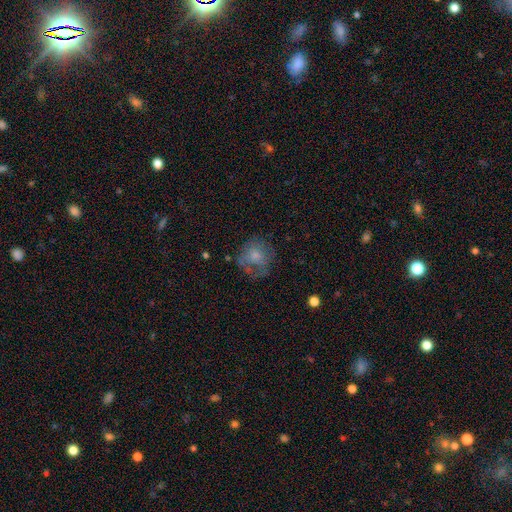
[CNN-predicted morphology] smooth 60%, featured or disk 30%, star or artifact 10%. Down the decision tree: how rounded — round (79%); merging — none (52%).